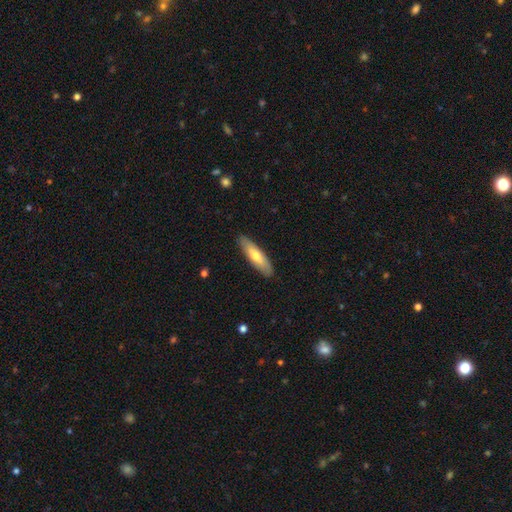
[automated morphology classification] smooth_or_featured: smooth (p=0.62) [alt: featured or disk p=0.33]
how_rounded: cigar-shaped (p=0.60) [alt: in between p=0.38]
merging: none (p=0.88) [alt: minor disturbance p=0.09]